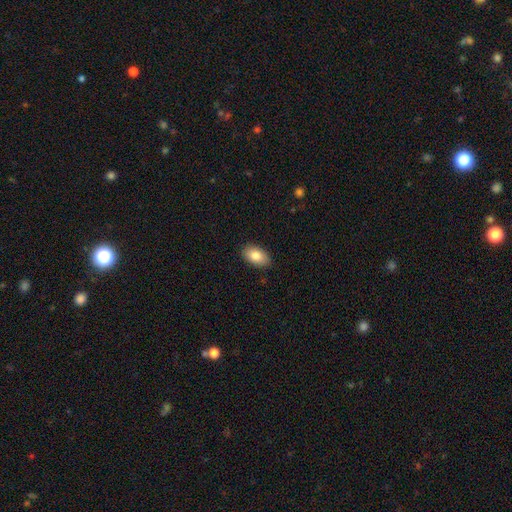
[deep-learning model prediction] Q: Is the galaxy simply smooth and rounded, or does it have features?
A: smooth — 83%.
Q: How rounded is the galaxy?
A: in between — 93%.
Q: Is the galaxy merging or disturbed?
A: none — 89%.